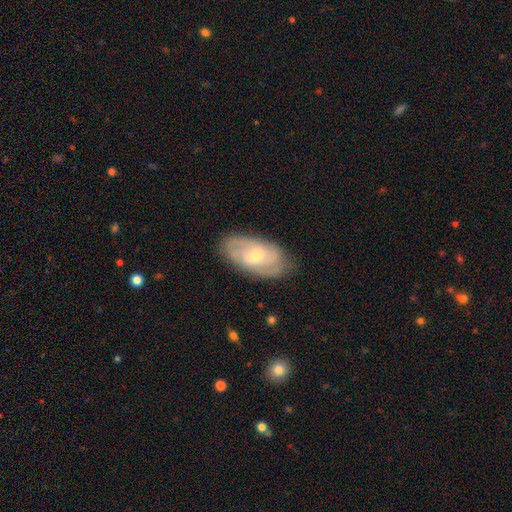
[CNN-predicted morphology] Smooth or featured? Predicted: featured or disk (p=0.64). Edge-on disk? Predicted: no (p=0.93). Bar? Predicted: no (p=0.53). Spiral arms? Predicted: yes (p=0.81). Bulge size? Predicted: small (p=0.53). Merging? Predicted: none (p=0.79).